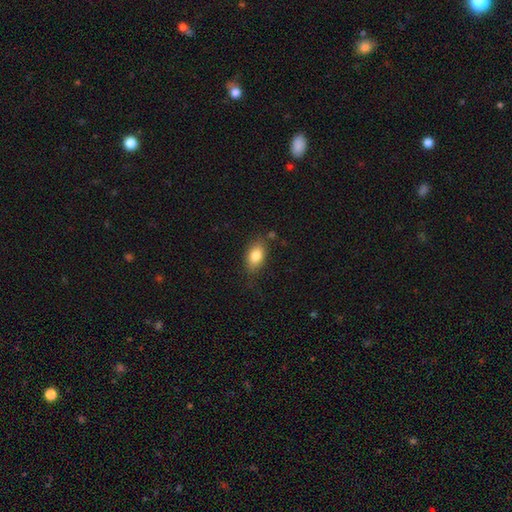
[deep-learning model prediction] Morphology: type=smooth (83%); roundness=in between (88%); merging=none (77%).